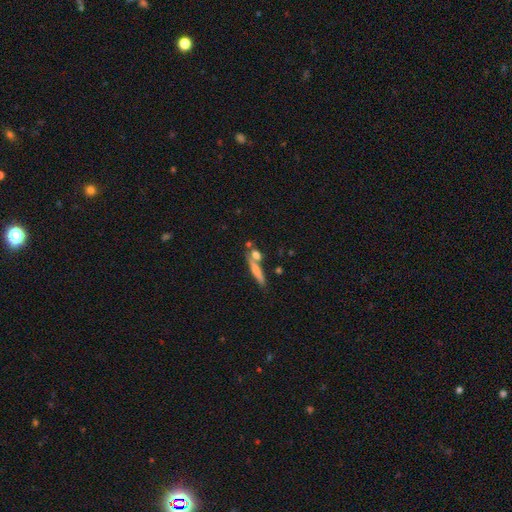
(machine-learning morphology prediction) Overall: smooth (60%; featured or disk 30%). How rounded: cigar-shaped (62%). Merging: none (60%; merger 24%).